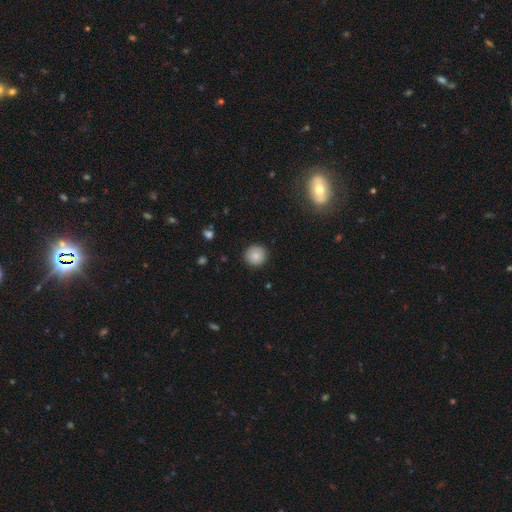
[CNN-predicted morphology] Smooth or featured?
  - smooth: 84% *
  - star or artifact: 9%
  - featured or disk: 7%
How rounded?
  - round: 95% *
  - in between: 4%
  - cigar-shaped: 1%
Merging?
  - none: 91% *
  - minor disturbance: 6%
  - major disturbance: 2%
  - merger: 1%